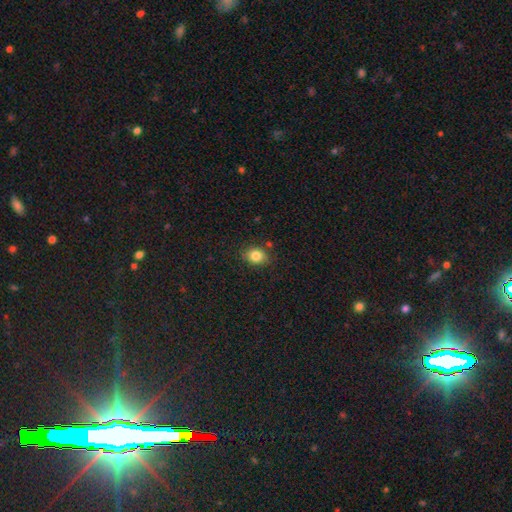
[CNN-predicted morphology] type=smooth (83%); roundness=round (50%); merging=none (81%).